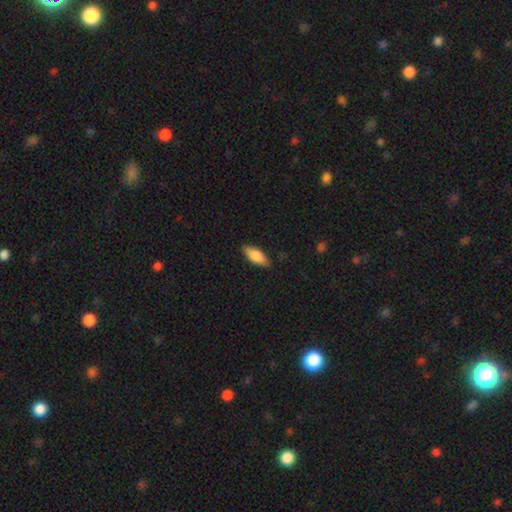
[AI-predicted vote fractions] Smooth or featured: smooth — 80% (featured or disk — 14%)
How rounded: in between — 80% (cigar-shaped — 18%)
Merging: none — 82% (minor disturbance — 14%)